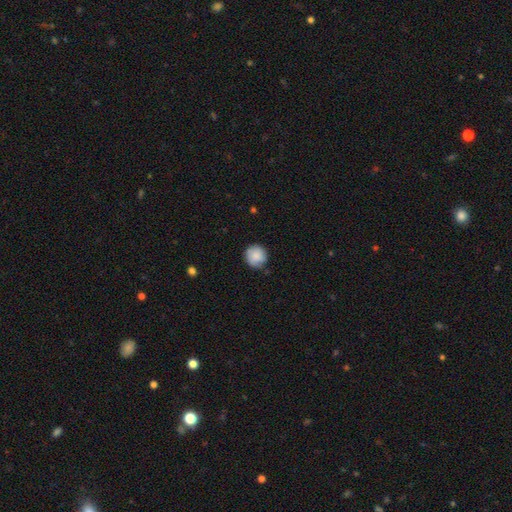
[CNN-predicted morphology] type=smooth (85%); roundness=round (93%); merging=none (80%).